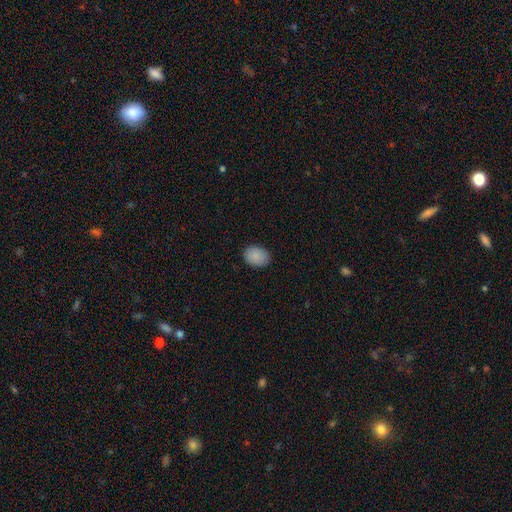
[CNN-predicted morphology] Q: Smooth or featured?
A: smooth (89%); runner-up: star or artifact (8%)
Q: How rounded?
A: in between (69%); runner-up: round (30%)
Q: Merging?
A: none (86%); runner-up: minor disturbance (11%)